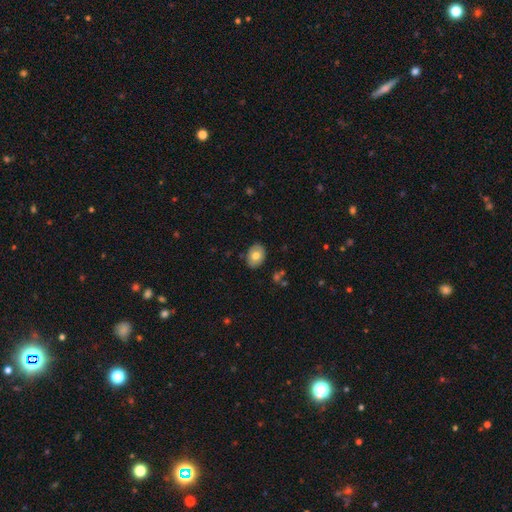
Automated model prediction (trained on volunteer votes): smooth 74%, featured or disk 19%, star or artifact 7%. Down the decision tree: how rounded — in between (71%); merging — none (86%).